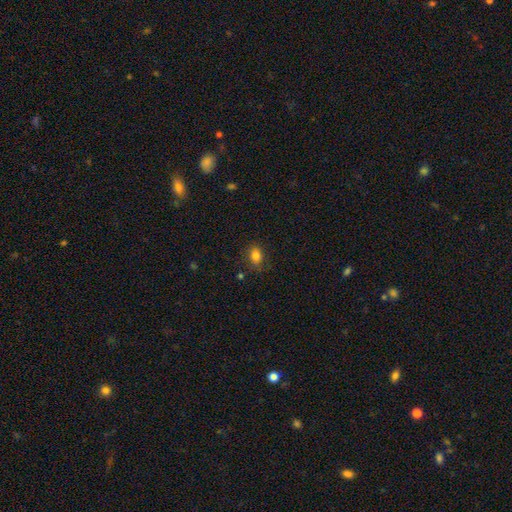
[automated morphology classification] Smooth or featured? smooth (82%)
How rounded? in between (66%)
Merging? none (77%)